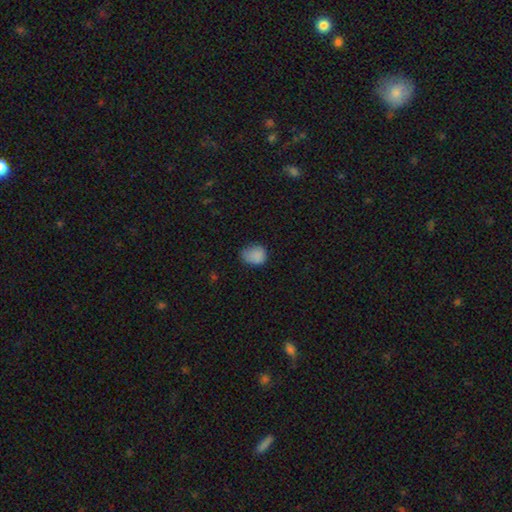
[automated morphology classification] Smooth or featured? smooth (84%)
How rounded? round (58%)
Merging? none (57%)